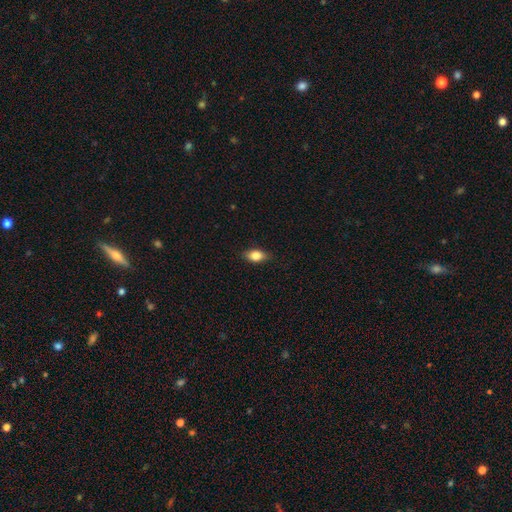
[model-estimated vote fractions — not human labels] Smooth or featured: smooth — 80% (featured or disk — 12%)
How rounded: in between — 84% (round — 10%)
Merging: none — 85% (minor disturbance — 11%)